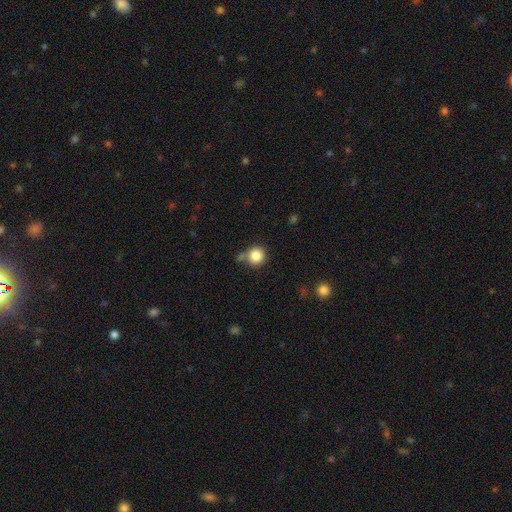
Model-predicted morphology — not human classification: The model was most divided on "merging": none: 71%, merger: 13%, minor disturbance: 12%, major disturbance: 4%. More confident: how rounded — round (93%); smooth or featured — smooth (84%).